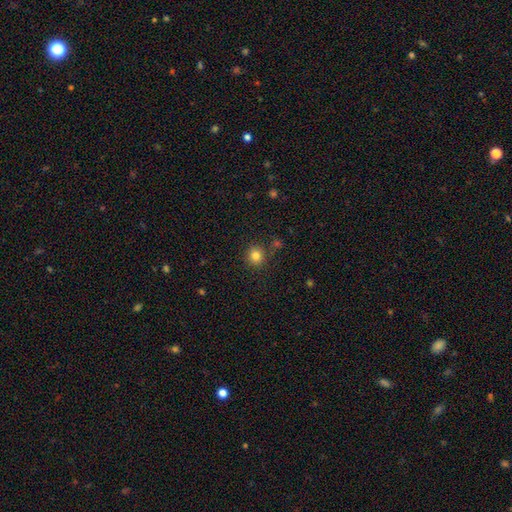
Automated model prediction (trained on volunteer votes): A smooth galaxy with no disk features (82%) that is round (90%).

Vote fractions:
- Smooth or featured? smooth: 82% / star or artifact: 13% / featured or disk: 6%
- How rounded? round: 90% / in between: 9% / cigar-shaped: 1%
- Merging? none: 85% / minor disturbance: 8% / merger: 4% / major disturbance: 3%